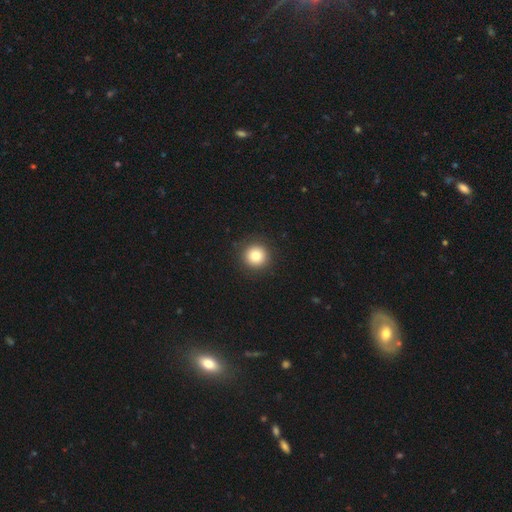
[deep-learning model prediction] Q: Smooth or featured?
A: smooth (81%); runner-up: star or artifact (11%)
Q: How rounded?
A: round (95%); runner-up: in between (4%)
Q: Merging?
A: none (92%); runner-up: minor disturbance (5%)